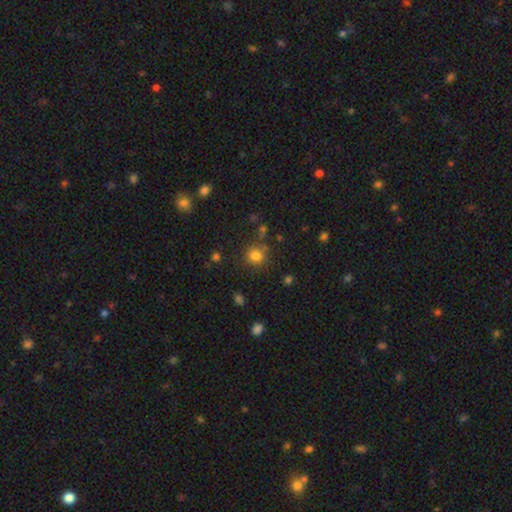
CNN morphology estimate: A smooth galaxy with no disk features (80%) that is round (91%).

Vote fractions:
- Smooth or featured? smooth: 80% / star or artifact: 14% / featured or disk: 6%
- How rounded? round: 91% / in between: 8% / cigar-shaped: 1%
- Merging? none: 81% / minor disturbance: 10% / merger: 5% / major disturbance: 4%